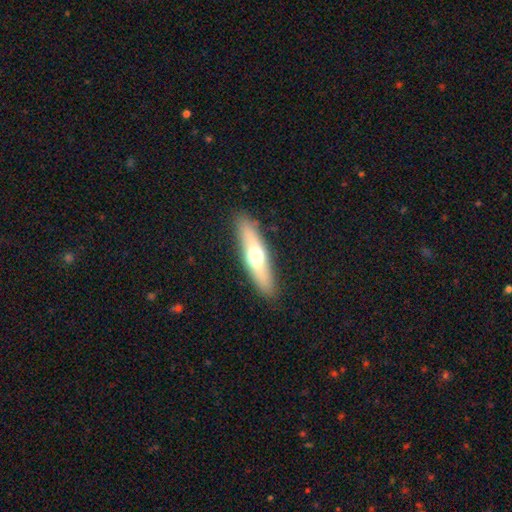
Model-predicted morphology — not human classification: Smooth or featured?
  - smooth: 53% *
  - featured or disk: 41%
  - star or artifact: 7%
How rounded?
  - cigar-shaped: 66% *
  - in between: 31%
  - round: 3%
Merging?
  - none: 88% *
  - minor disturbance: 8%
  - major disturbance: 3%
  - merger: 1%